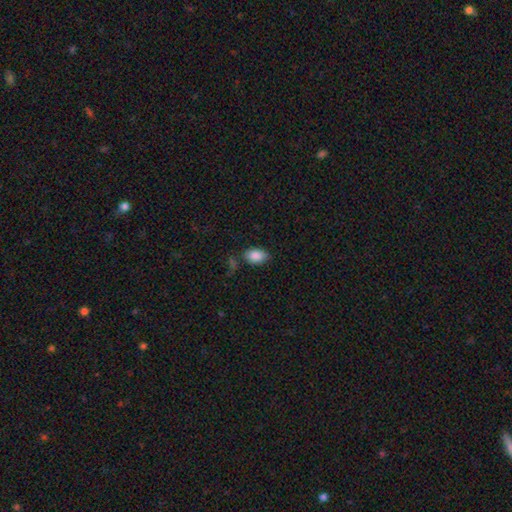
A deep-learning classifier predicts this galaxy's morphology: A smooth galaxy with no disk features (88%) that is in between round and cigar-shaped (90%).

Vote fractions:
- Smooth or featured? smooth: 88% / star or artifact: 8% / featured or disk: 5%
- How rounded? in between: 90% / round: 9% / cigar-shaped: 1%
- Merging? none: 75% / minor disturbance: 16% / merger: 5% / major disturbance: 4%